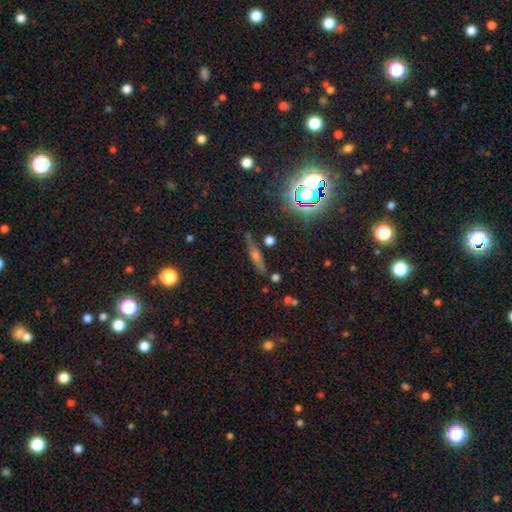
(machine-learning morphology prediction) smooth_or_featured: featured or disk (p=0.55) [alt: smooth p=0.26]
disk_edge_on: yes (p=0.92) [alt: no p=0.08]
edge_on_bulge: rounded (p=0.83) [alt: boxy p=0.09]
merging: none (p=0.82) [alt: minor disturbance p=0.11]